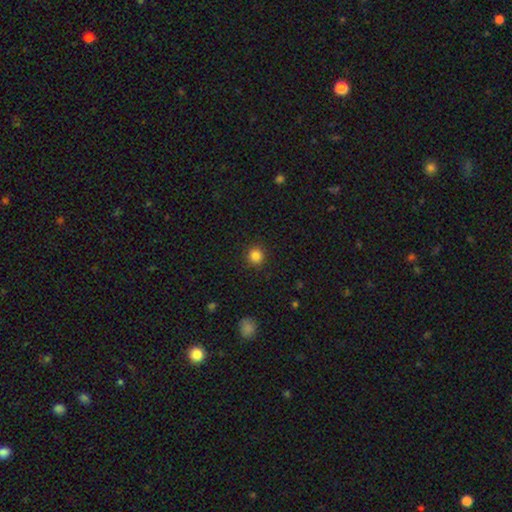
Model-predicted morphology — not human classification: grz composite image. It shows a smooth galaxy with no disk features (84%) that is round (94%). Merging: none (92%).